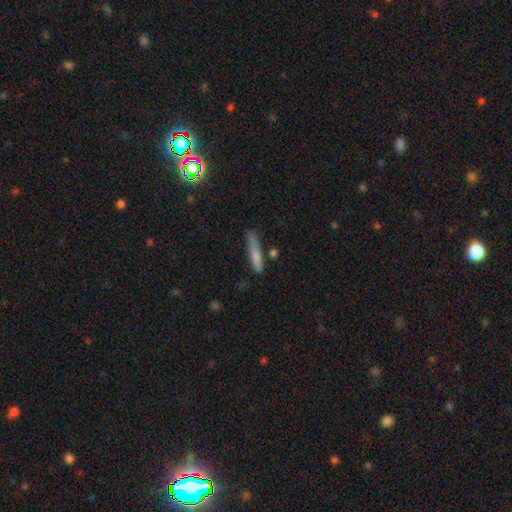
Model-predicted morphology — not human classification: Smooth or featured: smooth — 73% (featured or disk — 19%)
How rounded: cigar-shaped — 89% (in between — 10%)
Merging: none — 64% (minor disturbance — 23%)